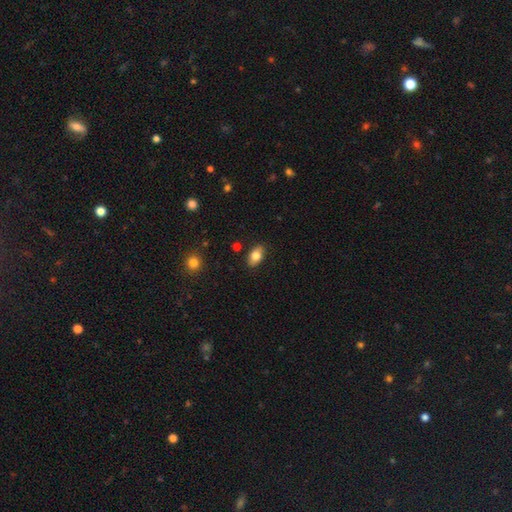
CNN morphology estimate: smooth-or-featured: smooth: 78% | featured or disk: 15% | star or artifact: 7%
  how-rounded: in between: 89% | round: 7% | cigar-shaped: 4%
  merging: none: 86% | minor disturbance: 11% | major disturbance: 2% | merger: 1%